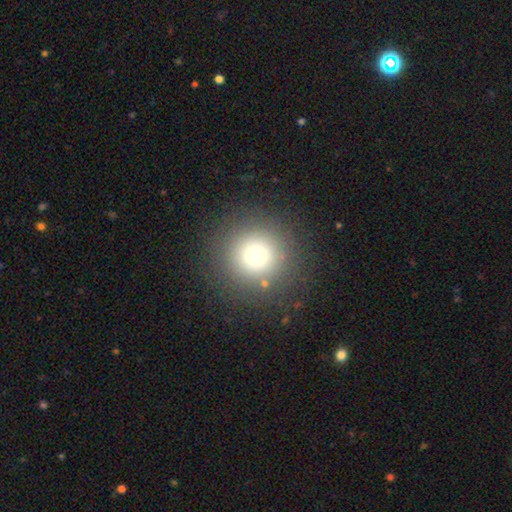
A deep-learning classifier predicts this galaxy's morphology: This is likely a smooth galaxy (71%). How rounded: clearly round (95%). Merging: clearly none (86%).